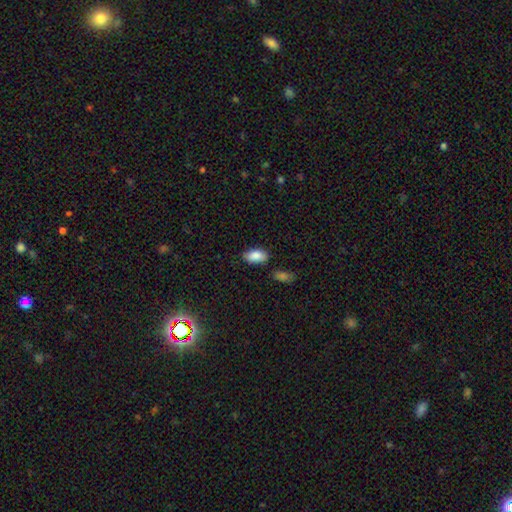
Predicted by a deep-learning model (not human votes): Morphology: type=smooth (87%); roundness=in between (93%); merging=none (77%).